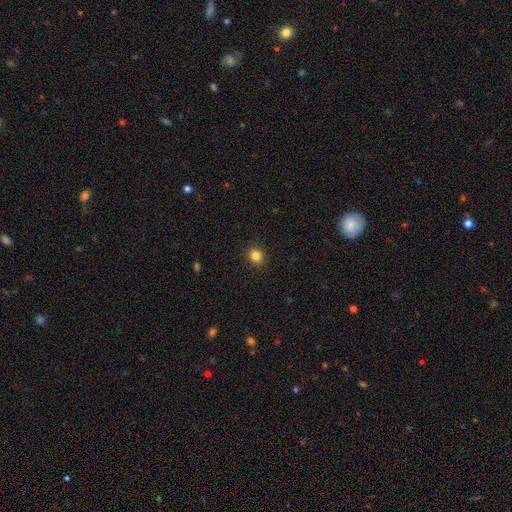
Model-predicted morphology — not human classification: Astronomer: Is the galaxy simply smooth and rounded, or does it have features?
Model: smooth — 84%.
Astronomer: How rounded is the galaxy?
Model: round — 85%.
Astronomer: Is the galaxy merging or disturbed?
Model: none — 91%.